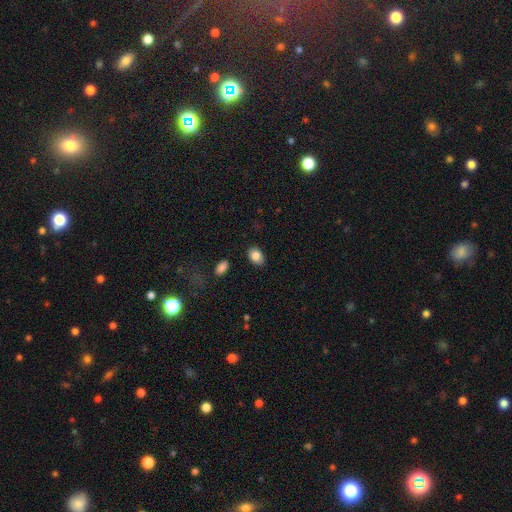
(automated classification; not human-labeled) Smooth or featured?
  - smooth: 84% *
  - featured or disk: 9%
  - star or artifact: 8%
How rounded?
  - in between: 76% *
  - round: 22%
  - cigar-shaped: 1%
Merging?
  - none: 85% *
  - minor disturbance: 11%
  - major disturbance: 2%
  - merger: 2%